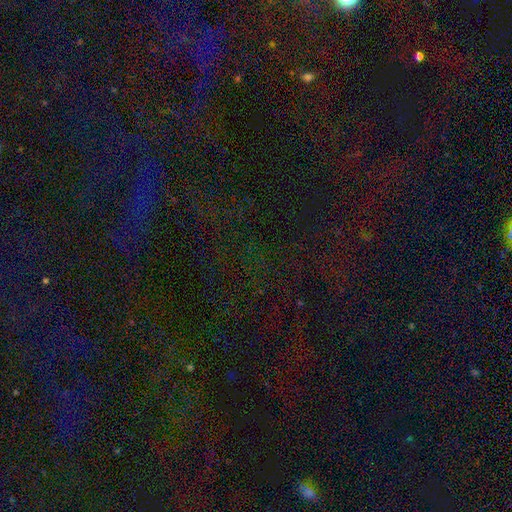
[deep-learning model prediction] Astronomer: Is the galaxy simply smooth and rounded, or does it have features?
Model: star or artifact — 80%.